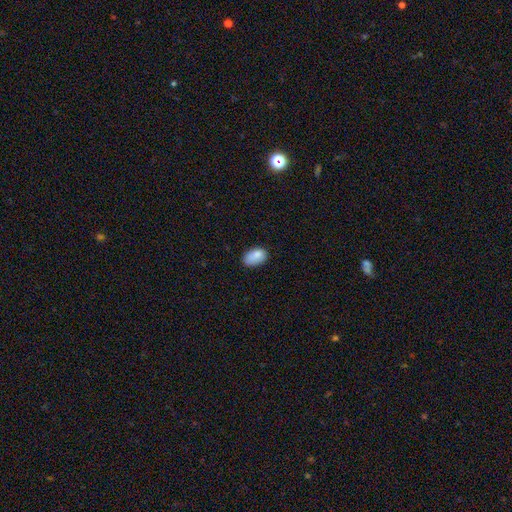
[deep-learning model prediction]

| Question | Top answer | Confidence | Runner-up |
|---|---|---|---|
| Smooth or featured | smooth | 85% | star or artifact (8%) |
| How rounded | in between | 89% | round (10%) |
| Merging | none | 65% | minor disturbance (28%) |